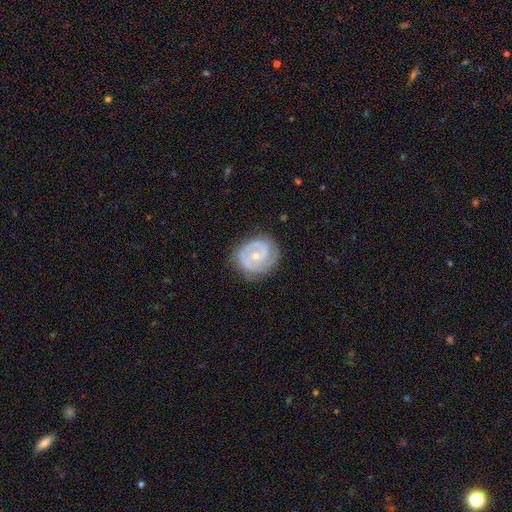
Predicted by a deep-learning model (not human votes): A featured or disk galaxy (82%) with no bar (62%), 2 (61%) tight (56%) spiral arms (92%) and a small central bulge (56%).

Vote fractions:
- Smooth or featured? featured or disk: 82% / smooth: 13% / star or artifact: 5%
- Edge-on disk? no: 98% / yes: 2%
- Bar? no: 62% / weak: 31% / strong: 7%
- Spiral arms? yes: 92% / no: 8%
- Spiral winding? tight: 56% / medium: 35% / loose: 9%
- Spiral arm count? 2: 61% / can't tell: 15% / 3: 13% / 1: 5% / 4: 3% / more than 4: 2%
- Bulge size? small: 56% / moderate: 40% / none: 1% / large: 1% / dominant: 1%
- Merging? none: 75% / minor disturbance: 18% / major disturbance: 6% / merger: 1%